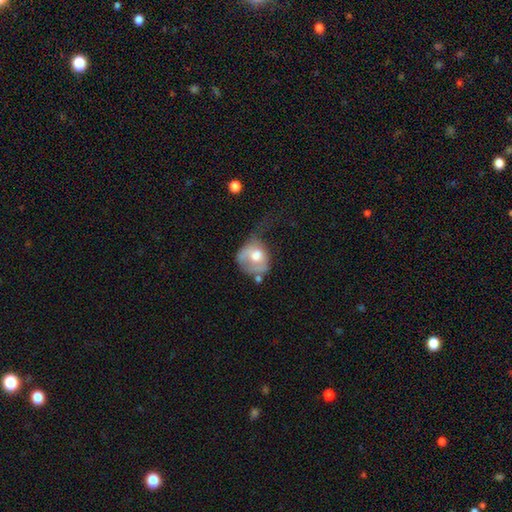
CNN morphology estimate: A smooth galaxy with no disk features (58%) that is round (62%).

Vote fractions:
- Smooth or featured? smooth: 58% / featured or disk: 35% / star or artifact: 7%
- How rounded? round: 62% / in between: 37% / cigar-shaped: 1%
- Merging? major disturbance: 44% / minor disturbance: 26% / none: 20% / merger: 10%